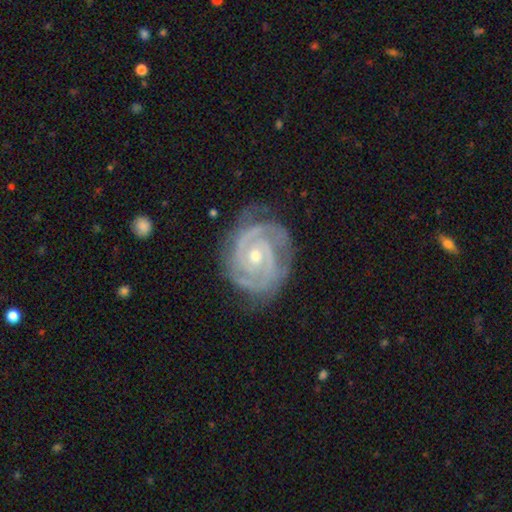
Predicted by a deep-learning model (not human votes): The model was most divided on "bulge size": moderate: 52%, small: 45%, large: 1%, none: 1%, dominant: 1%. Remaining: spiral arms — yes (98%); edge-on disk — no (98%); smooth or featured — featured or disk (92%); spiral winding — tight (75%); merging — none (73%); bar — no (66%); spiral arm count — 2 (48%).